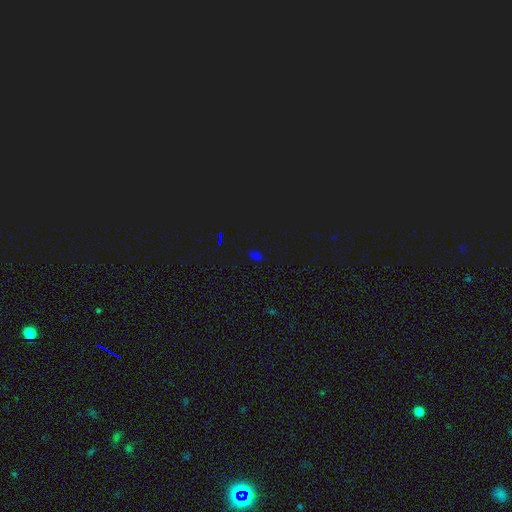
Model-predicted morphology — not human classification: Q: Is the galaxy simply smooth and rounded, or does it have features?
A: star or artifact — 51%.